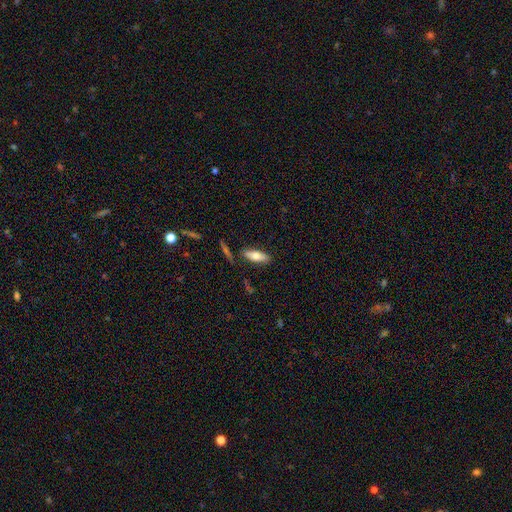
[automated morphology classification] This appears to be a smooth galaxy with no disk features (66%) that is in between round and cigar-shaped (67%). Merging: none (80%).